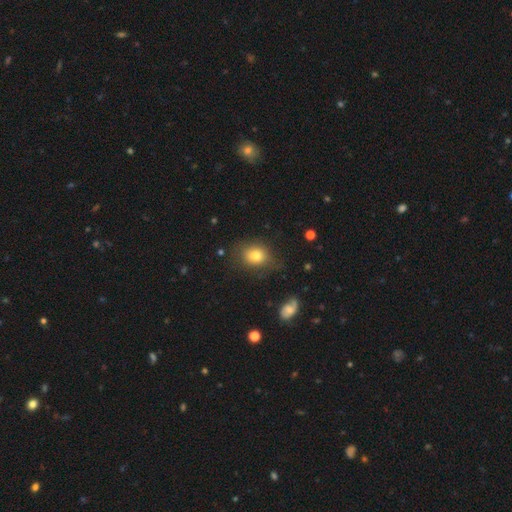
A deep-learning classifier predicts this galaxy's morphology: This is likely a smooth galaxy (76%). How rounded: possibly round (56%). Merging: likely none (70%).